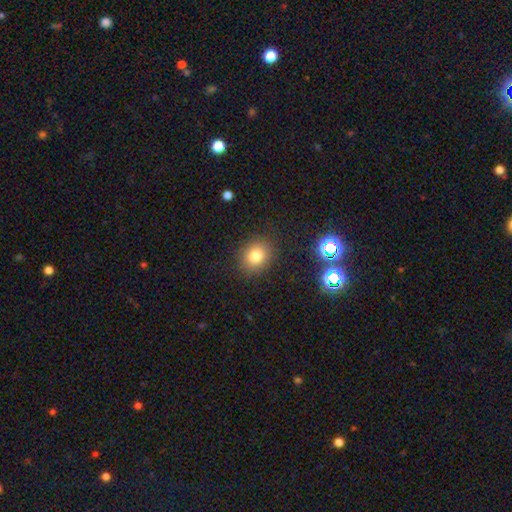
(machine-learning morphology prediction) Smooth or featured? smooth (80%)
How rounded? round (71%)
Merging? none (87%)